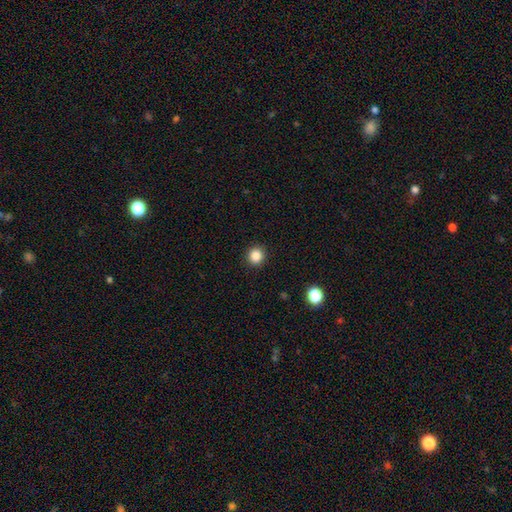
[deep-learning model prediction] A smooth galaxy with no disk features (86%) that is round (92%). Merging: none (92%).